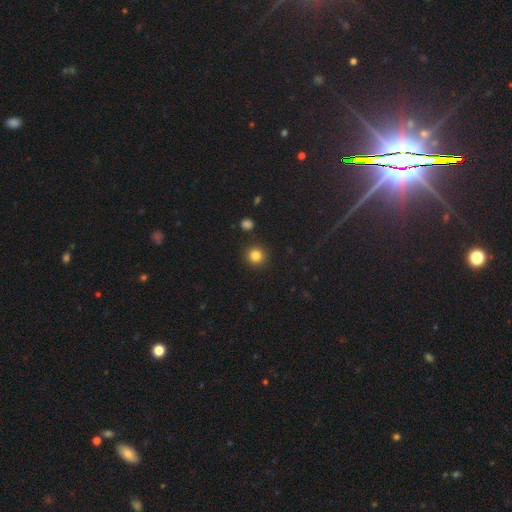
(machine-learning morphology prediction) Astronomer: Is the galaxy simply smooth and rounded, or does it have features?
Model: smooth — 83%.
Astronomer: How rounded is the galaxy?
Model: round — 94%.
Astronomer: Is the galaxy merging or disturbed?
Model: none — 91%.